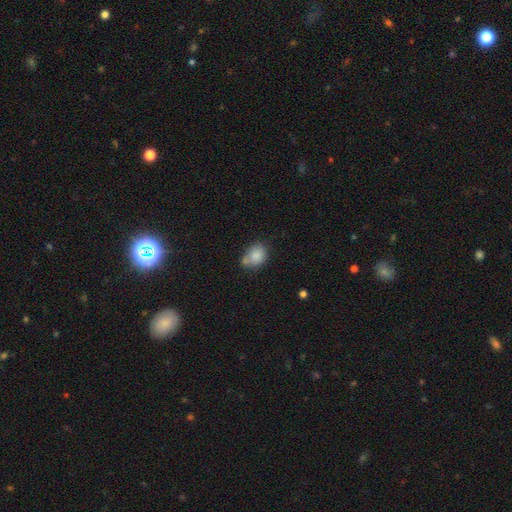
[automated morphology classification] Q: Smooth or featured?
A: smooth (83%); runner-up: star or artifact (9%)
Q: How rounded?
A: in between (58%); runner-up: round (41%)
Q: Merging?
A: none (48%); runner-up: minor disturbance (24%)